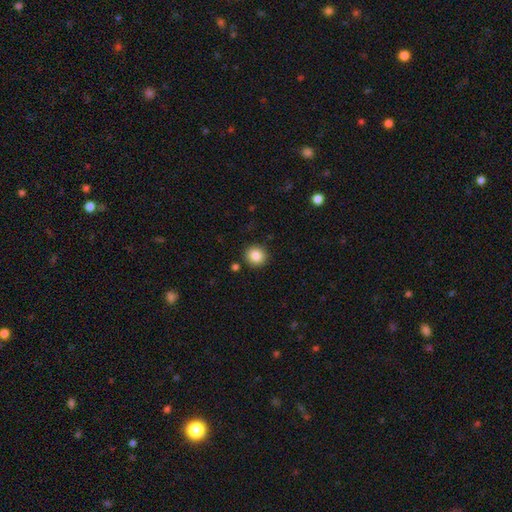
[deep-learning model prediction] Smooth or featured: smooth — 85% (star or artifact — 9%)
How rounded: round — 92% (in between — 7%)
Merging: none — 89% (minor disturbance — 6%)